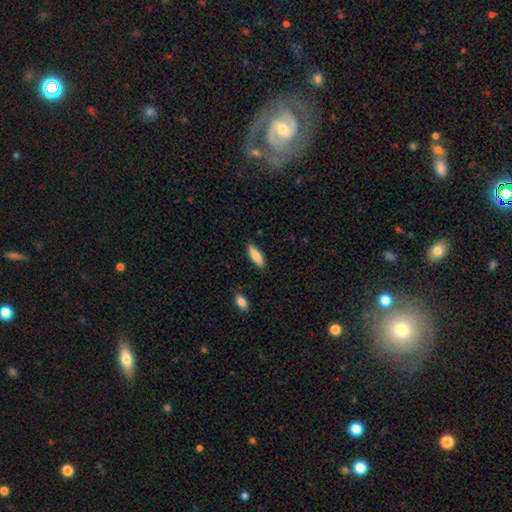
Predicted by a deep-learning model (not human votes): Smooth or featured: smooth — 84% (featured or disk — 10%)
How rounded: in between — 59% (cigar-shaped — 40%)
Merging: none — 86% (minor disturbance — 10%)